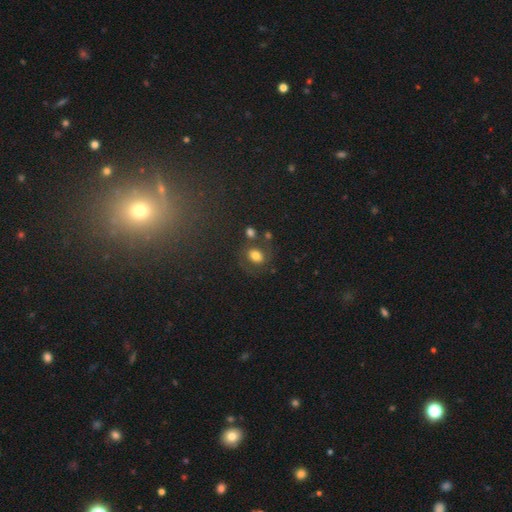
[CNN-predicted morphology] A smooth galaxy with no disk features (66%) that is in between round and cigar-shaped (57%). Merging: none (65%).